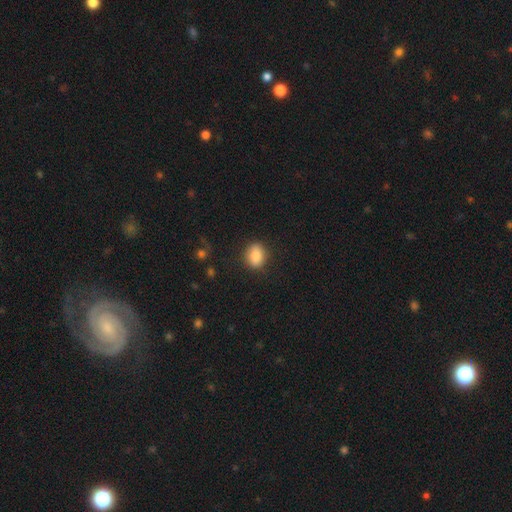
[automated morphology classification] type=smooth (86%); roundness=in between (65%); merging=none (85%).